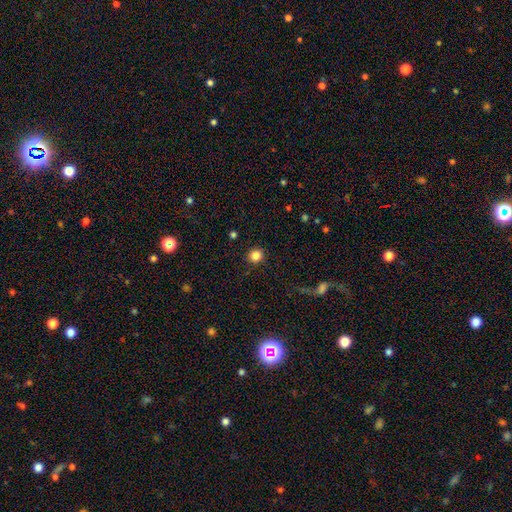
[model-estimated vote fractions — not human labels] The model was most divided on "smooth or featured": smooth: 85%, star or artifact: 11%, featured or disk: 4%. More confident: how rounded — round (91%); merging — none (91%).